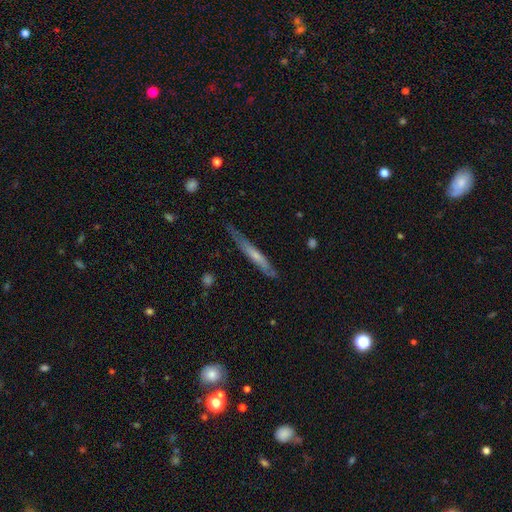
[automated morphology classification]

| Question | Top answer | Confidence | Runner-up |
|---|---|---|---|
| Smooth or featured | featured or disk | 49% | smooth (45%) |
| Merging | none | 68% | minor disturbance (25%) |